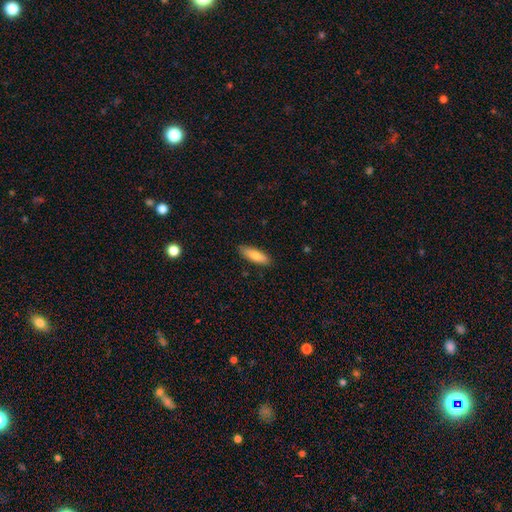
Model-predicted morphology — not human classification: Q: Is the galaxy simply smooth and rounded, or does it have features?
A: smooth — 80%.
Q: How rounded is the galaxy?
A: in between — 49%, tied with cigar-shaped.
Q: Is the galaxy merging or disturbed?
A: none — 87%.